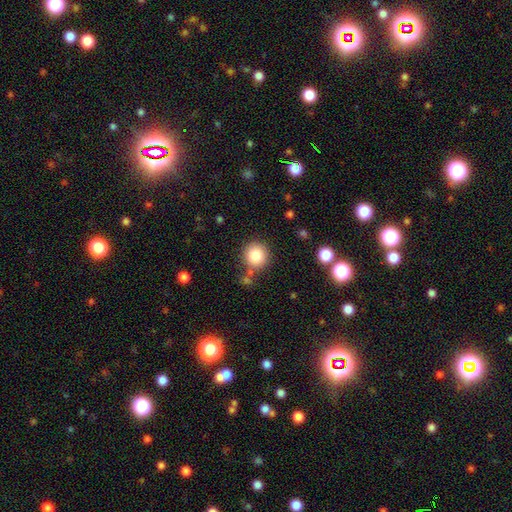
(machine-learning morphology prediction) Overall: smooth (84%). How rounded: round (90%). Merging: none (79%).